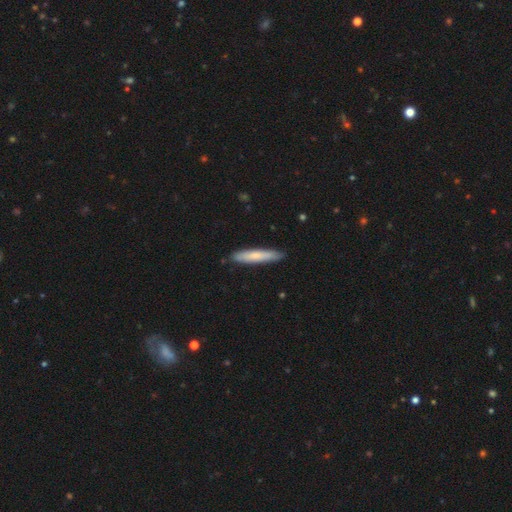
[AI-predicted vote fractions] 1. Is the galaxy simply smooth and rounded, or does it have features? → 73% smooth, 22% featured or disk, 5% star or artifact.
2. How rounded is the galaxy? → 92% cigar-shaped, 7% in between, 1% round.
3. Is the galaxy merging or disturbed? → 87% none, 10% minor disturbance, 2% major disturbance, 1% merger.